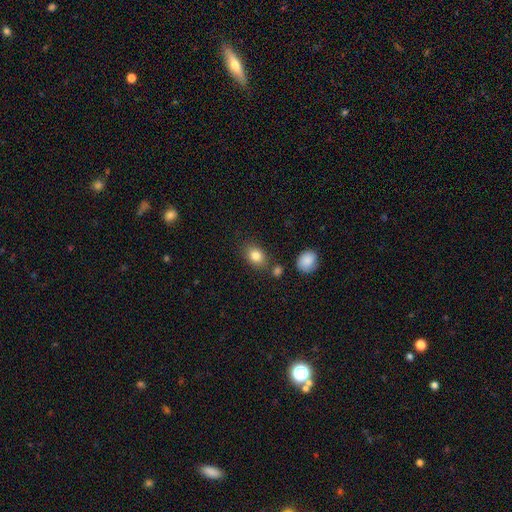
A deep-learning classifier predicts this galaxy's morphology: A smooth galaxy with no disk features (83%) that is in between round and cigar-shaped (68%).

Vote fractions:
- Smooth or featured? smooth: 83% / star or artifact: 9% / featured or disk: 8%
- How rounded? in between: 68% / round: 31% / cigar-shaped: 1%
- Merging? none: 76% / minor disturbance: 13% / merger: 8% / major disturbance: 4%